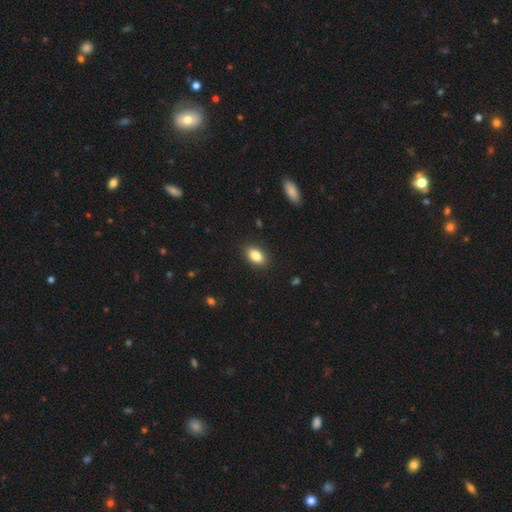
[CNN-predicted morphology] smooth 85%, star or artifact 8%, featured or disk 7%. Down the decision tree: how rounded — in between (87%); merging — none (87%).